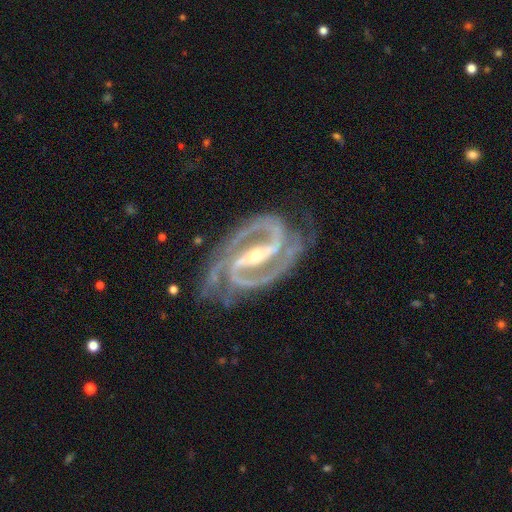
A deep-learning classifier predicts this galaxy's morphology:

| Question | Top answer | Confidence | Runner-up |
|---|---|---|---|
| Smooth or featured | featured or disk | 94% | star or artifact (4%) |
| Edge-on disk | no | 97% | yes (3%) |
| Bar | strong | 76% | weak (17%) |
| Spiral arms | yes | 99% | no (1%) |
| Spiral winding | medium | 55% | tight (37%) |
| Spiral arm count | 2 | 86% | 3 (7%) |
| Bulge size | small | 59% | moderate (38%) |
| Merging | none | 69% | minor disturbance (20%) |